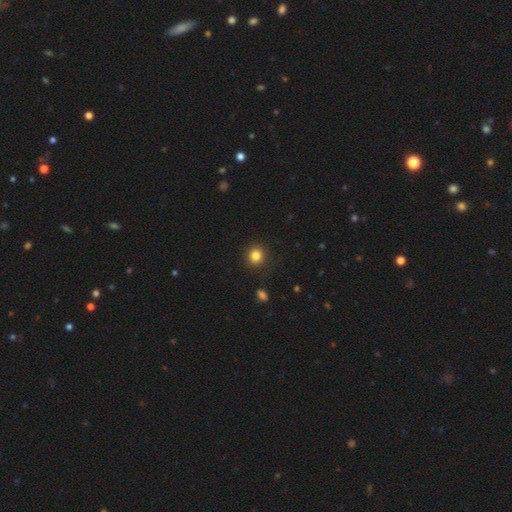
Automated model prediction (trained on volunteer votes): The model was most divided on "smooth or featured": smooth: 83%, star or artifact: 11%, featured or disk: 5%. More confident: merging — none (90%); how rounded — round (87%).